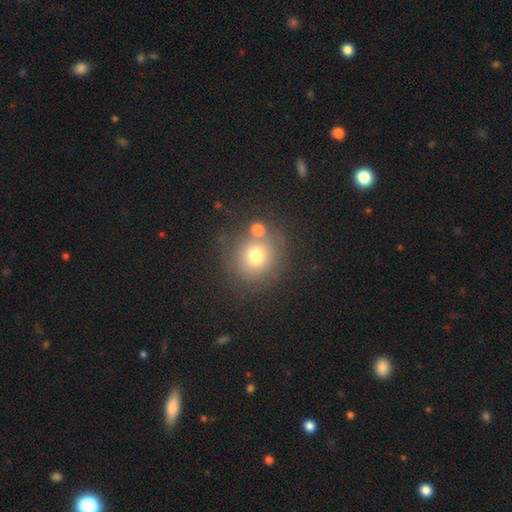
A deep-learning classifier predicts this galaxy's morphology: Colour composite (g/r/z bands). It shows a smooth galaxy with no disk features (72%) that is round (89%). Merging: none (67%).